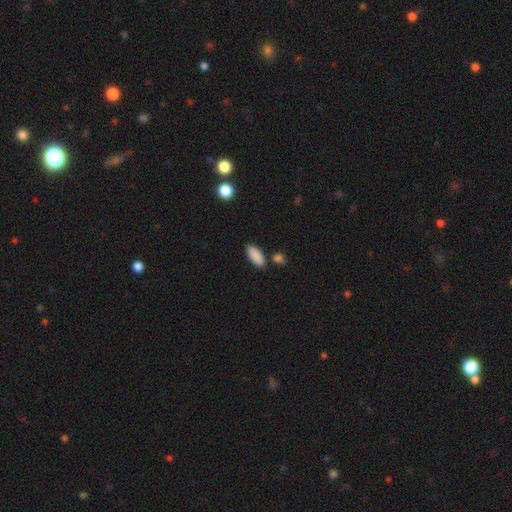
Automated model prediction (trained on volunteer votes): smooth-or-featured: smooth: 89% | star or artifact: 7% | featured or disk: 4%
  how-rounded: in between: 83% | cigar-shaped: 15% | round: 2%
  merging: none: 80% | minor disturbance: 10% | merger: 7% | major disturbance: 3%